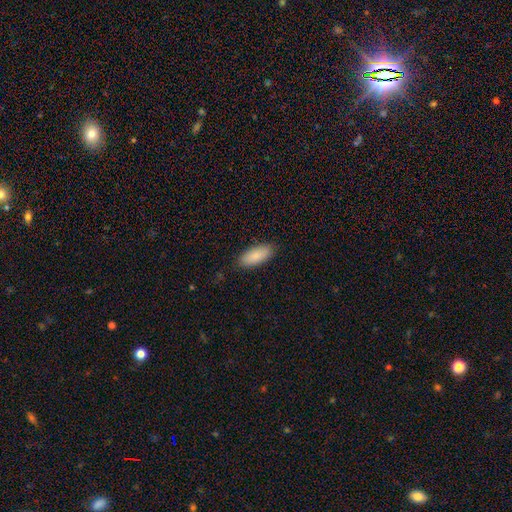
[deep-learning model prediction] A smooth galaxy with no disk features (88%) that is in between round and cigar-shaped (84%).

Vote fractions:
- Smooth or featured? smooth: 88% / featured or disk: 6% / star or artifact: 6%
- How rounded? in between: 84% / cigar-shaped: 14% / round: 2%
- Merging? none: 88% / minor disturbance: 9% / major disturbance: 2% / merger: 1%